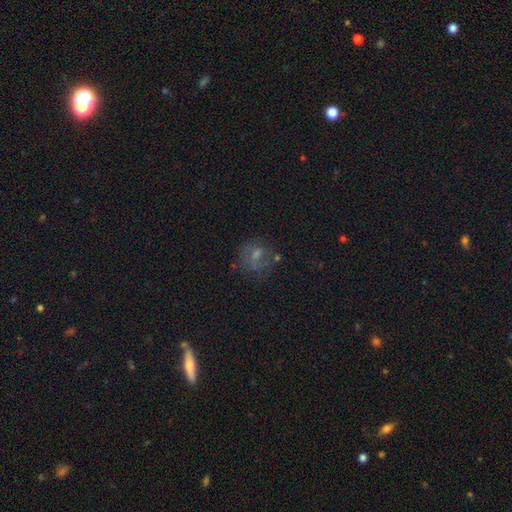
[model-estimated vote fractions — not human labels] This is possibly a smooth galaxy (52%). How rounded: likely round (70%). Merging: possibly none (54%).